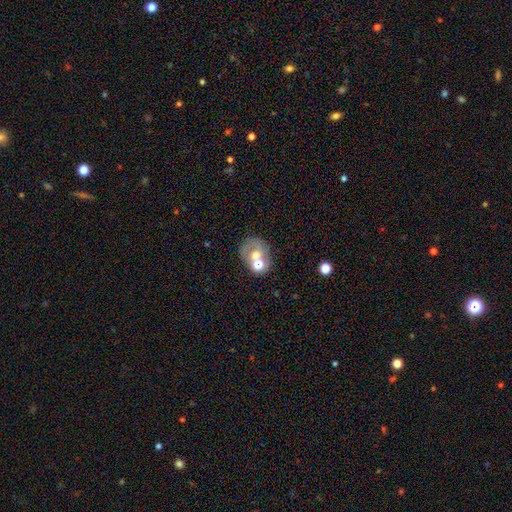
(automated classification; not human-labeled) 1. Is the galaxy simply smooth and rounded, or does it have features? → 50% smooth, 36% featured or disk, 14% star or artifact.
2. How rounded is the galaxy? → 61% round, 38% in between, 1% cigar-shaped.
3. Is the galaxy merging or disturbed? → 45% none, 35% merger, 12% minor disturbance, 8% major disturbance.